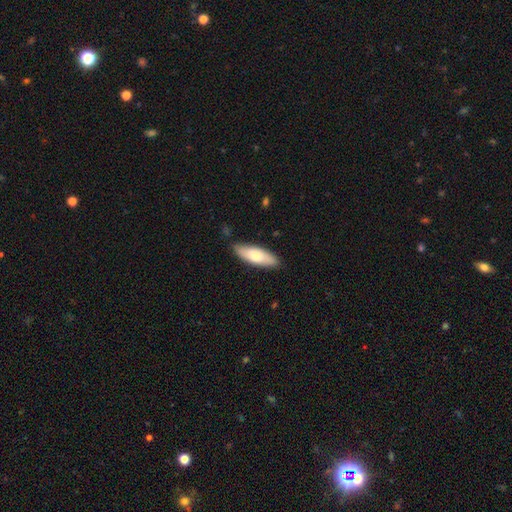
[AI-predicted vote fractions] smooth 71%, featured or disk 23%, star or artifact 5%. Down the decision tree: how rounded — in between (57%); merging — none (84%).